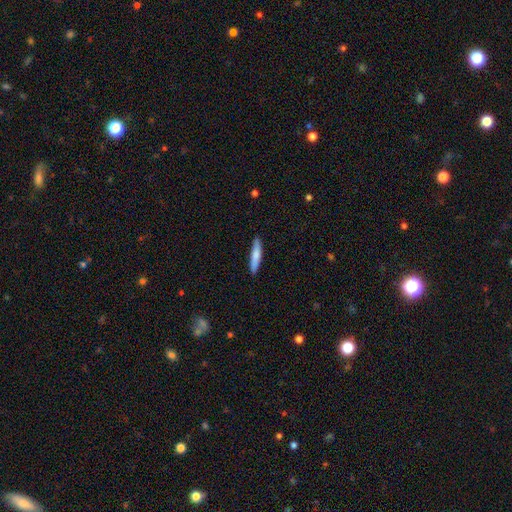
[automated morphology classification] Smooth or featured?
  - smooth: 75% *
  - featured or disk: 20%
  - star or artifact: 5%
How rounded?
  - cigar-shaped: 86% *
  - in between: 13%
  - round: 1%
Merging?
  - none: 88% *
  - minor disturbance: 9%
  - major disturbance: 2%
  - merger: 1%